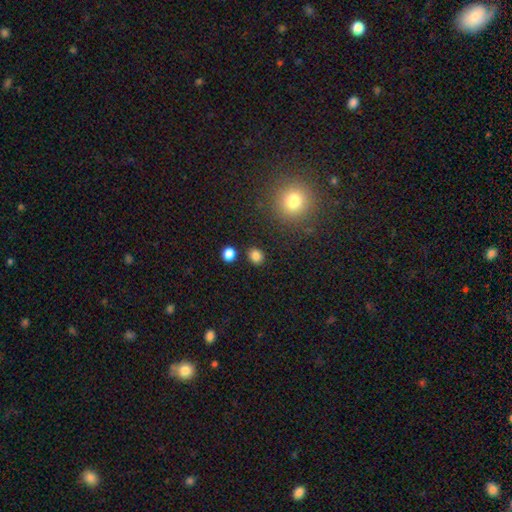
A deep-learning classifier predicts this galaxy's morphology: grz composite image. It shows a smooth galaxy with no disk features (83%) that is round (67%). Merging: none (85%).